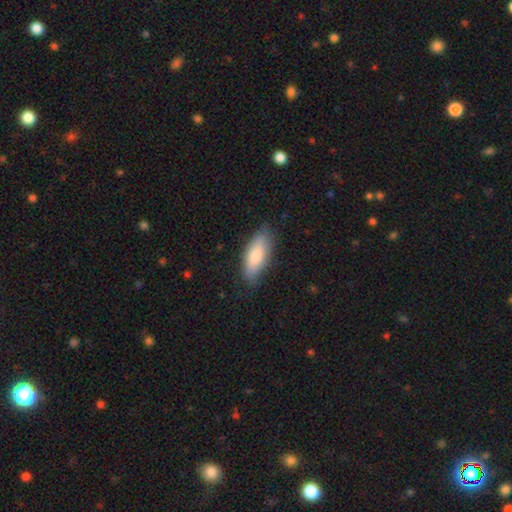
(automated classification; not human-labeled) smooth_or_featured: smooth (p=0.81) [alt: featured or disk p=0.14]
how_rounded: in between (p=0.72) [alt: cigar-shaped p=0.26]
merging: none (p=0.78) [alt: minor disturbance p=0.17]